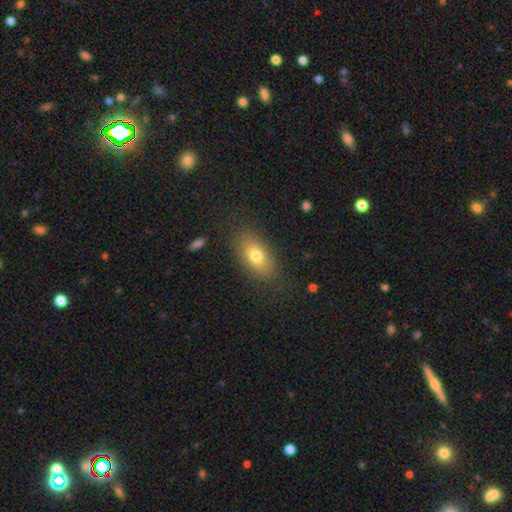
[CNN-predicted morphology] Smooth or featured? Predicted: smooth (p=0.75). How rounded? Predicted: in between (p=0.86). Merging? Predicted: none (p=0.81).